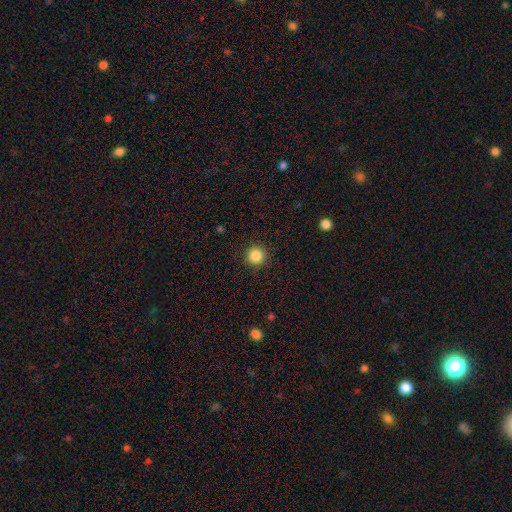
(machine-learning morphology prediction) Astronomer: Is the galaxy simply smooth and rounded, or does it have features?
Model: smooth — 85%.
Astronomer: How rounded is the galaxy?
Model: round — 95%.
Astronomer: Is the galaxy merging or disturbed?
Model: none — 92%.